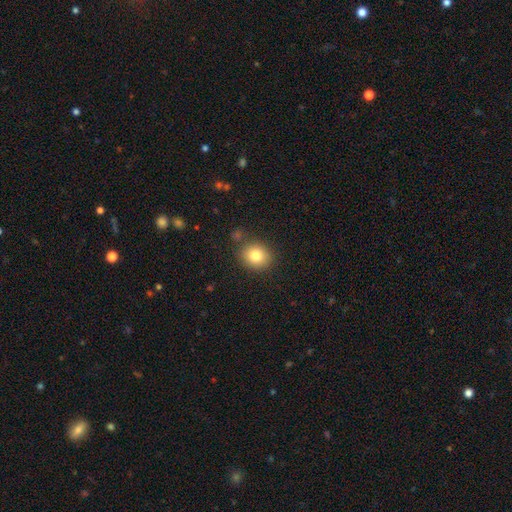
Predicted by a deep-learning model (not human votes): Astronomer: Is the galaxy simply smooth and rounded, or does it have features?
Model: smooth — 82%.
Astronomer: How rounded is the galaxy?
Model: round — 75%.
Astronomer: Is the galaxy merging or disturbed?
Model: none — 82%.